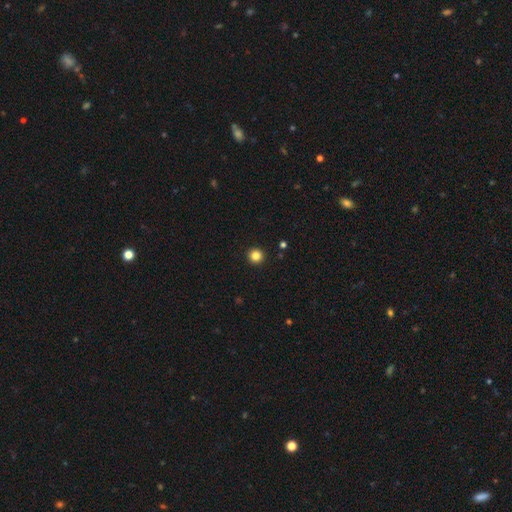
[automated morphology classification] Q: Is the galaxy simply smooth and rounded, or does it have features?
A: smooth — 84%.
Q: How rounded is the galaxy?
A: round — 96%.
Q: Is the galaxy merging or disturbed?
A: none — 94%.